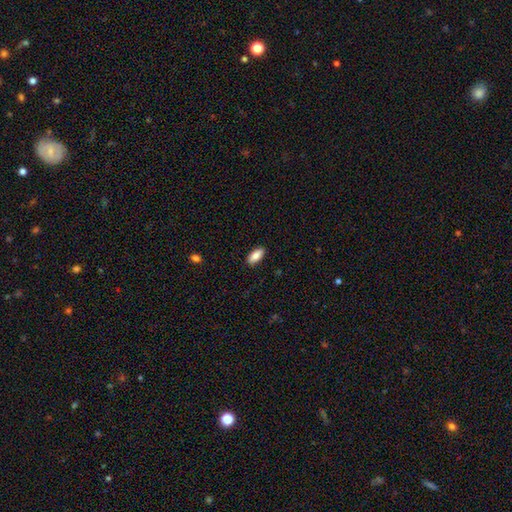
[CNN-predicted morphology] The model was most divided on "how rounded": in between: 84%, cigar-shaped: 14%, round: 2%. More confident: merging — none (90%); smooth or featured — smooth (85%).